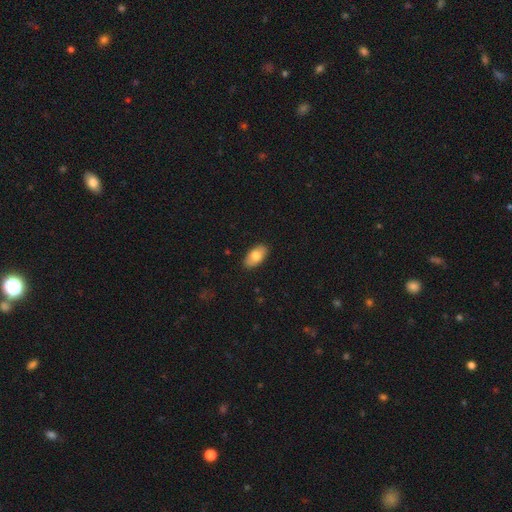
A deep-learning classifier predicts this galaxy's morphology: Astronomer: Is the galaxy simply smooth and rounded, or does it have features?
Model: smooth — 78%.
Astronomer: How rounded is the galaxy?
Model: in between — 93%.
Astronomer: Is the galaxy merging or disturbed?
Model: none — 88%.